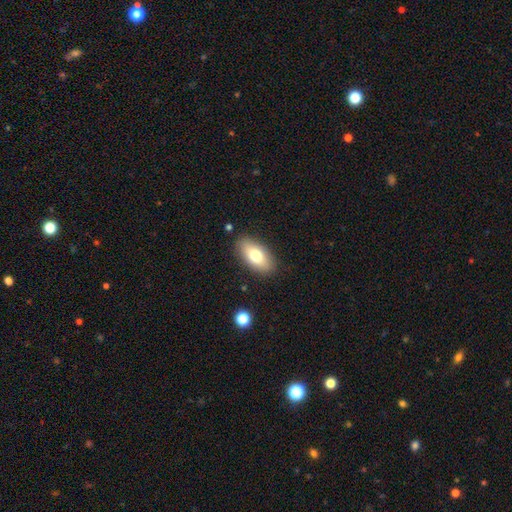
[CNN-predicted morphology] This is likely a smooth galaxy (75%). How rounded: clearly in between (90%). Merging: clearly none (86%).